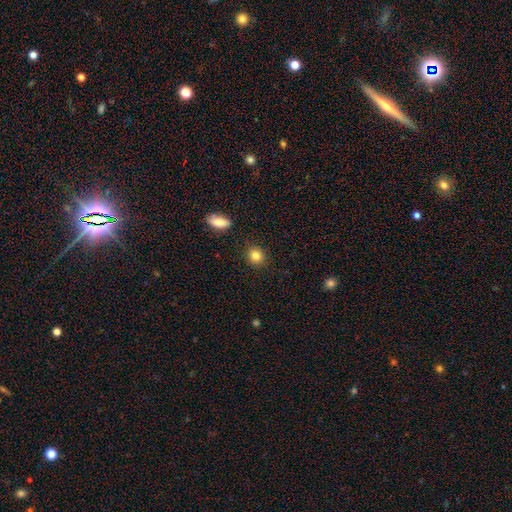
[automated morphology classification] A smooth galaxy with no disk features (85%) that is round (78%).

Vote fractions:
- Smooth or featured? smooth: 85% / star or artifact: 9% / featured or disk: 6%
- How rounded? round: 78% / in between: 20% / cigar-shaped: 1%
- Merging? none: 90% / minor disturbance: 7% / major disturbance: 2% / merger: 2%